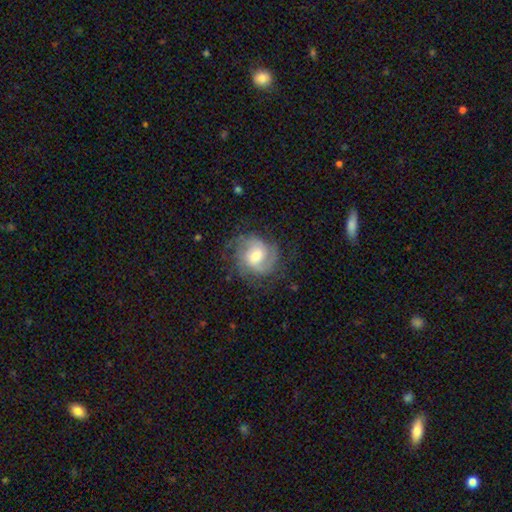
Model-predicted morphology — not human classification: The model was most divided on "spiral winding": tight: 45%, medium: 41%, loose: 14%. Remaining: edge-on disk — no (98%); spiral arms — yes (94%); smooth or featured — featured or disk (76%); merging — none (70%); bulge size — moderate (61%); bar — weak (48%); spiral arm count — 2 (47%).